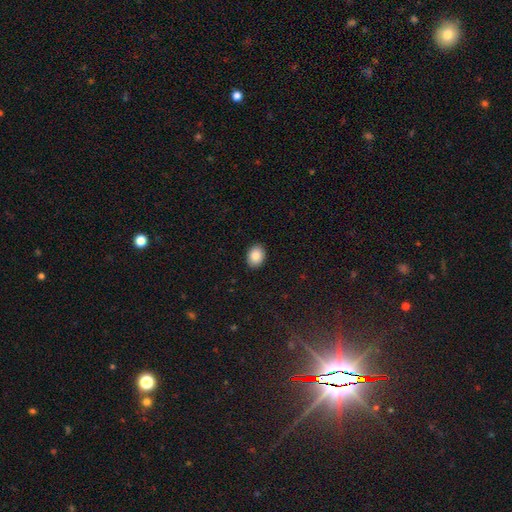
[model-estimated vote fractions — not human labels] A smooth galaxy with no disk features (88%) that is in between round and cigar-shaped (69%).

Vote fractions:
- Smooth or featured? smooth: 88% / star or artifact: 8% / featured or disk: 4%
- How rounded? in between: 69% / round: 30% / cigar-shaped: 1%
- Merging? none: 90% / minor disturbance: 7% / major disturbance: 2% / merger: 1%